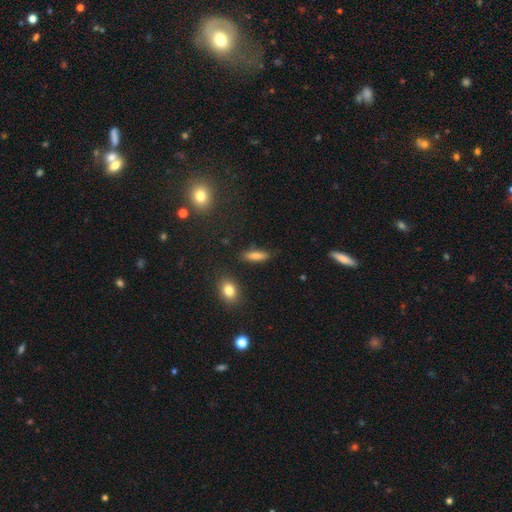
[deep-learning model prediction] The model was most divided on "how rounded": cigar-shaped: 58%, in between: 38%, round: 3%. More confident: merging — none (84%); smooth or featured — smooth (78%).